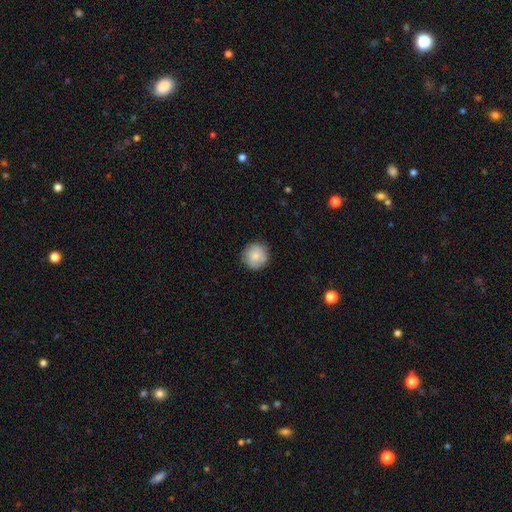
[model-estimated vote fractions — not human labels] Smooth or featured?
  - smooth: 81% *
  - featured or disk: 12%
  - star or artifact: 7%
How rounded?
  - round: 94% *
  - in between: 5%
  - cigar-shaped: 1%
Merging?
  - none: 87% *
  - minor disturbance: 10%
  - major disturbance: 2%
  - merger: 1%